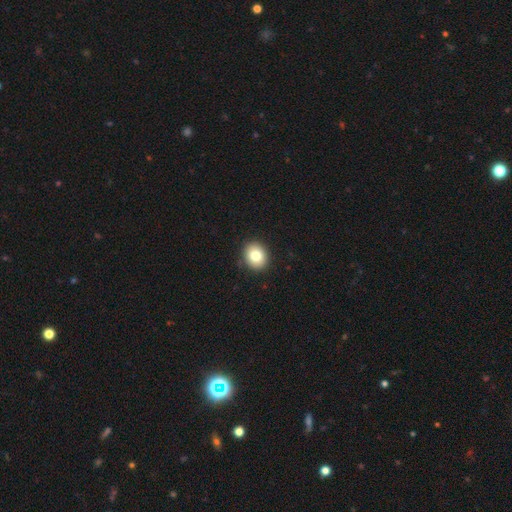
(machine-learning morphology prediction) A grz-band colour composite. It shows a smooth galaxy with no disk features (80%) that is round (65%). Merging: none (90%).